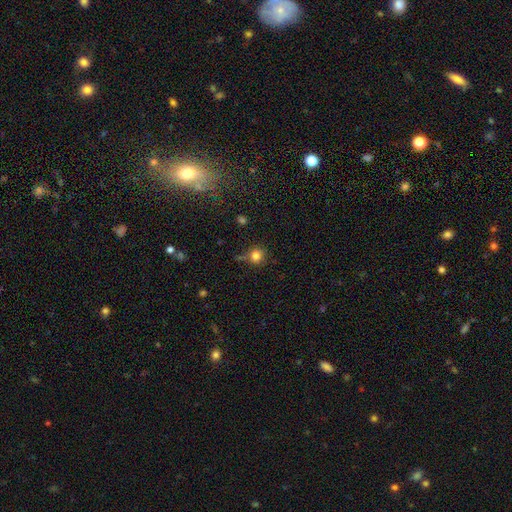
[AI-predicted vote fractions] The model was most divided on "merging": none: 72%, minor disturbance: 16%, merger: 8%, major disturbance: 5%. More confident: how rounded — round (90%); smooth or featured — smooth (82%).